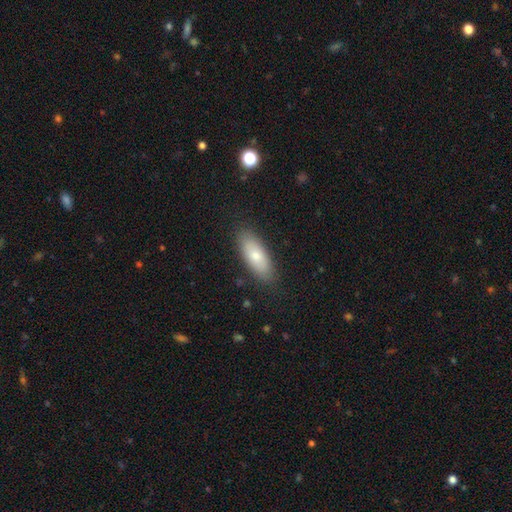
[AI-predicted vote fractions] Overall: smooth (75%). How rounded: in between (77%). Merging: none (85%).